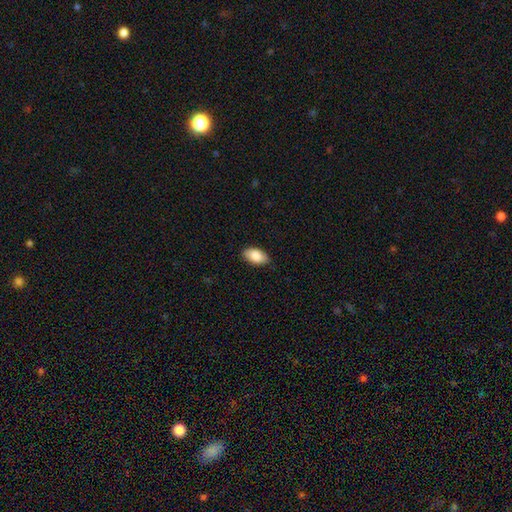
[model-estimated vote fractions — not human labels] smooth-or-featured: smooth: 87% | featured or disk: 7% | star or artifact: 6%
  how-rounded: in between: 94% | round: 4% | cigar-shaped: 3%
  merging: none: 83% | minor disturbance: 14% | major disturbance: 2% | merger: 1%